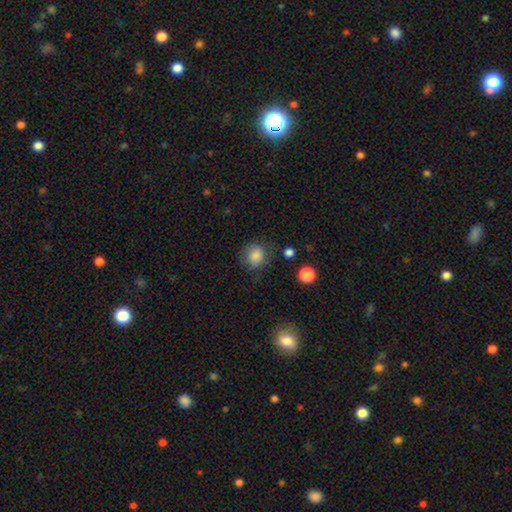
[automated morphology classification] Overall: smooth (83%). How rounded: round (83%). Merging: none (71%).